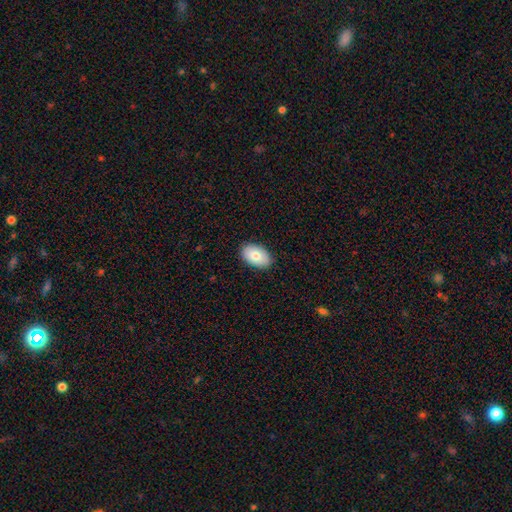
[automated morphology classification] Smooth or featured? Predicted: smooth (p=0.79). How rounded? Predicted: in between (p=0.91). Merging? Predicted: none (p=0.88).